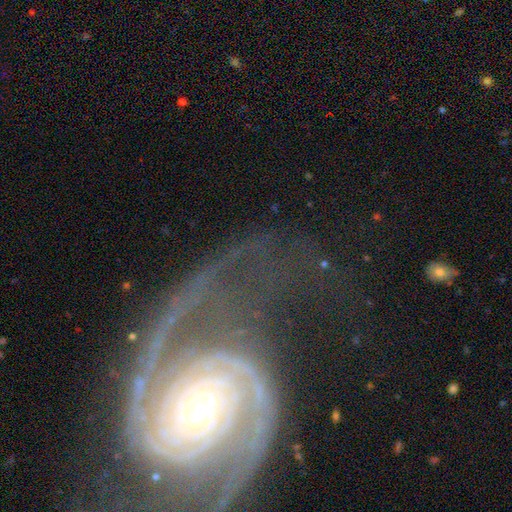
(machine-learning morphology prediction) smooth_or_featured: featured or disk (p=0.91) [alt: star or artifact p=0.06]
disk_edge_on: no (p=0.97) [alt: yes p=0.03]
bar: no (p=0.63) [alt: weak p=0.21]
has_spiral_arms: yes (p=0.98) [alt: no p=0.02]
spiral_winding: tight (p=0.50) [alt: medium p=0.39]
spiral_arm_count: 2 (p=0.75) [alt: 3 p=0.07]
bulge_size: small (p=0.70) [alt: moderate p=0.25]
merging: none (p=0.60) [alt: major disturbance p=0.21]